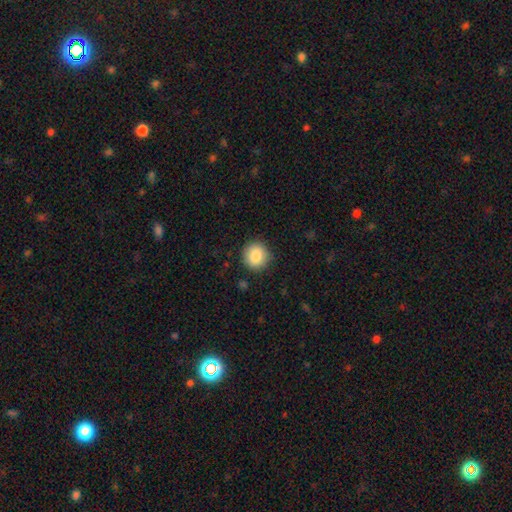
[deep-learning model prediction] Overall: smooth (86%). How rounded: round (87%). Merging: none (88%).